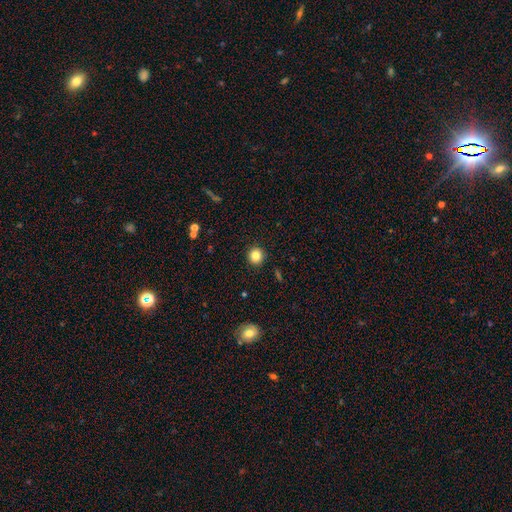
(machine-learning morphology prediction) Smooth or featured: smooth — 84% (star or artifact — 11%)
How rounded: round — 92% (in between — 7%)
Merging: none — 92% (minor disturbance — 5%)